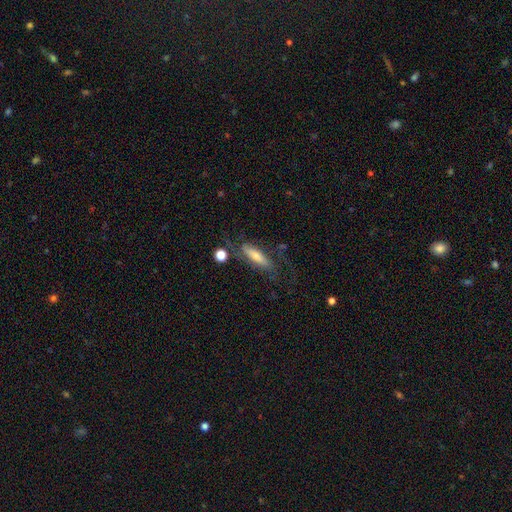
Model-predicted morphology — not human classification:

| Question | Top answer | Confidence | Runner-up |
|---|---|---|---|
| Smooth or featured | featured or disk | 48% | smooth (44%) |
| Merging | none | 57% | minor disturbance (21%) |